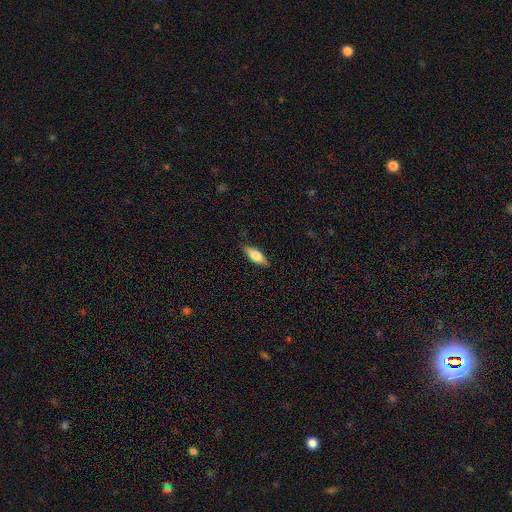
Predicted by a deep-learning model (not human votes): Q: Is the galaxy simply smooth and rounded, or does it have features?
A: smooth — 67%.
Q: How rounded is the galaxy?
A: in between — 66%.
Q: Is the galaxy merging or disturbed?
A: none — 85%.